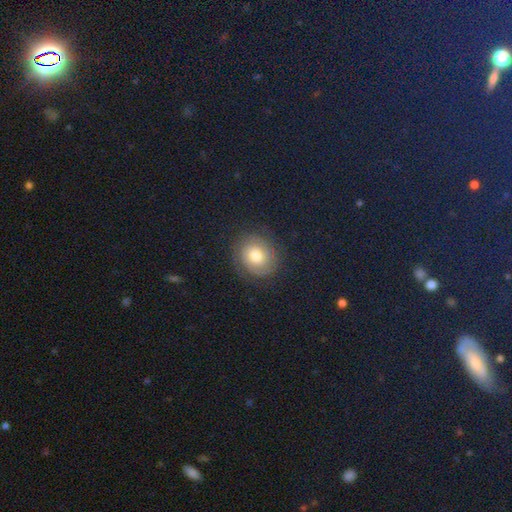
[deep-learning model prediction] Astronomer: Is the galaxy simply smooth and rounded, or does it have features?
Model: featured or disk — 49% (runner-up: smooth, 35%).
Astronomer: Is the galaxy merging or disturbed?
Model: none — 83%.